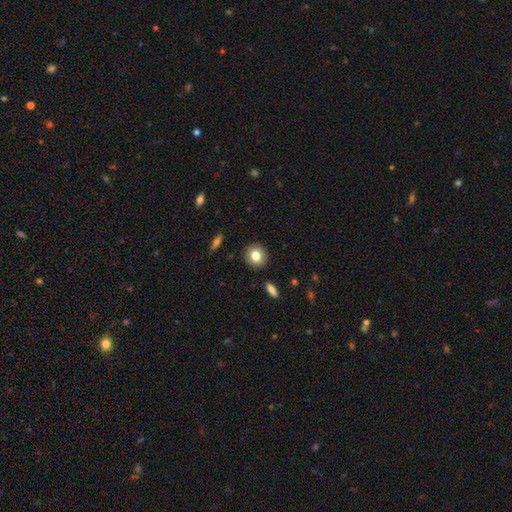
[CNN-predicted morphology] smooth_or_featured: smooth (p=0.79) [alt: featured or disk p=0.12]
how_rounded: round (p=0.83) [alt: in between p=0.16]
merging: none (p=0.90) [alt: minor disturbance p=0.07]